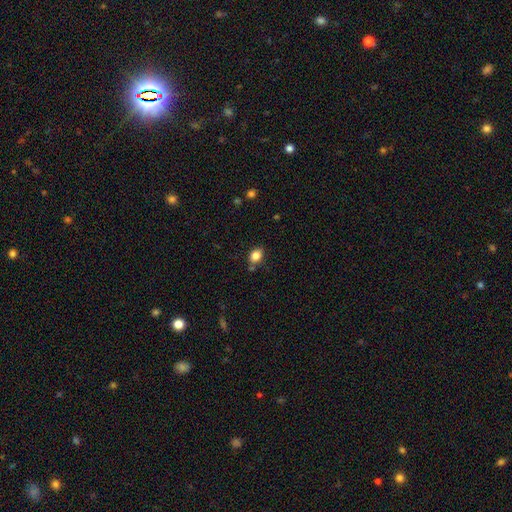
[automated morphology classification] Overall: smooth (83%). How rounded: in between (70%). Merging: none (76%).